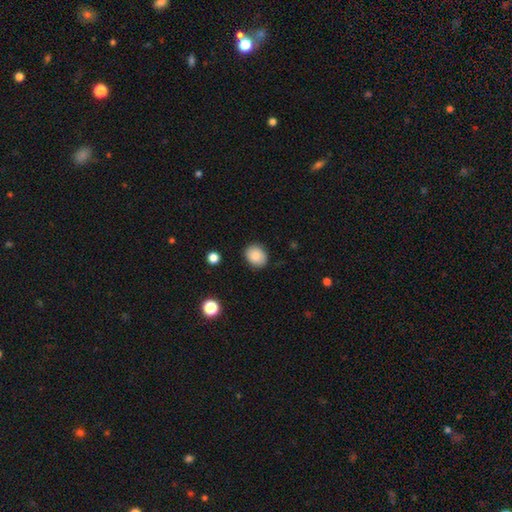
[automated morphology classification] smooth_or_featured: smooth (p=0.85) [alt: star or artifact p=0.09]
how_rounded: round (p=0.61) [alt: in between p=0.38]
merging: none (p=0.87) [alt: minor disturbance p=0.10]